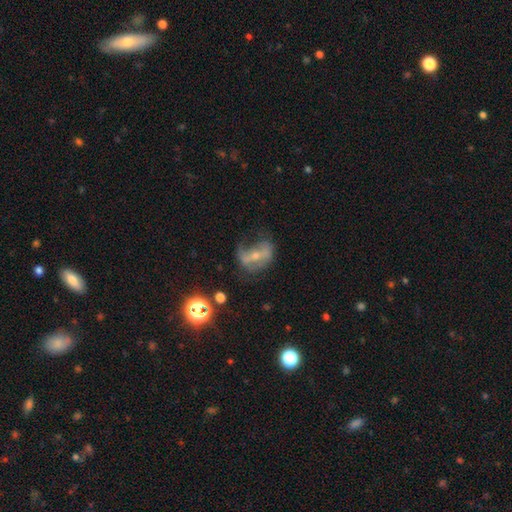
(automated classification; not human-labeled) Morphology: type=featured or disk (62%); edge-on=no (92%); bar=strong (43%); spiral arms=yes (62%); bulge=small (60%); merging=none (39%).